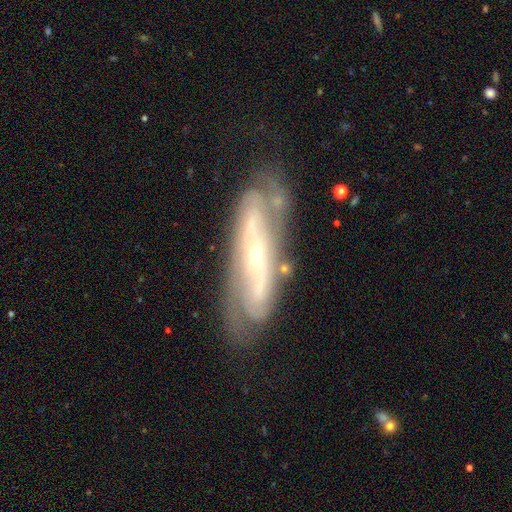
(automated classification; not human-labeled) Smooth or featured?
  - featured or disk: 82% *
  - smooth: 12%
  - star or artifact: 6%
Edge-on disk?
  - no: 80% *
  - yes: 20%
Bar?
  - no: 55% *
  - strong: 23%
  - weak: 22%
Spiral arms?
  - yes: 85% *
  - no: 15%
Spiral winding?
  - tight: 53% *
  - medium: 33%
  - loose: 14%
Spiral arm count?
  - 2: 49% *
  - can't tell: 34%
  - 3: 7%
  - 1: 4%
  - 4: 3%
  - more than 4: 3%
Bulge size?
  - small: 77% *
  - moderate: 20%
  - large: 1%
  - none: 1%
  - dominant: 1%
Merging?
  - none: 66% *
  - minor disturbance: 20%
  - major disturbance: 10%
  - merger: 4%